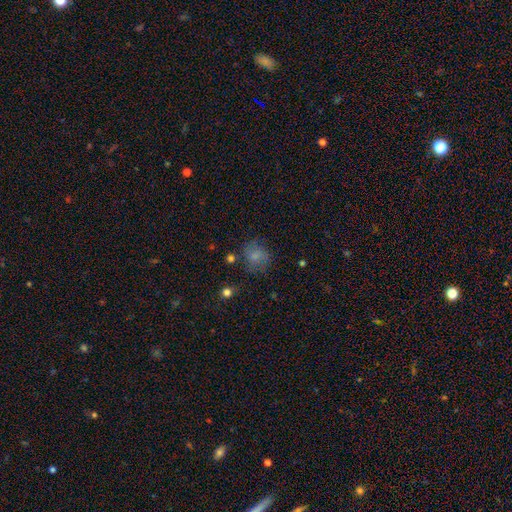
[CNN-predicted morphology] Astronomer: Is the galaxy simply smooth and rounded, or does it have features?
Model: smooth — 73%.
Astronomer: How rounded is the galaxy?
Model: round — 73%.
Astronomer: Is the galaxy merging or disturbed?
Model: none — 66%.